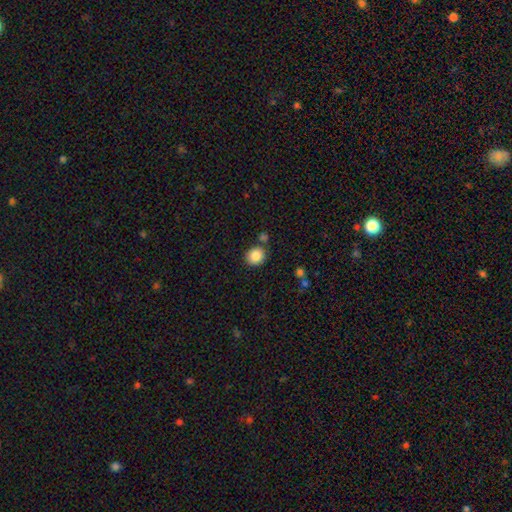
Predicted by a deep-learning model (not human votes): Overall: smooth (87%). How rounded: round (78%). Merging: none (77%).